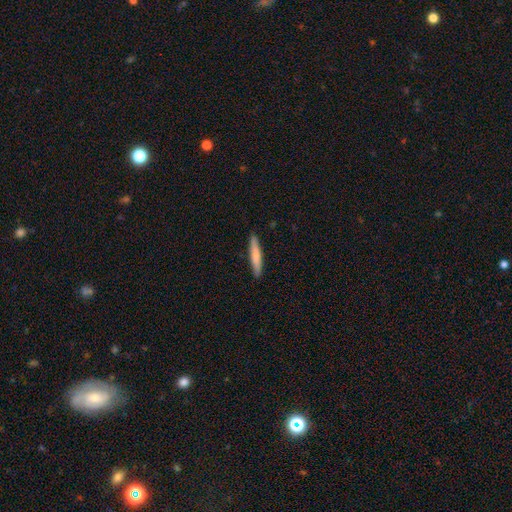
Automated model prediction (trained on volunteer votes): Overall: smooth (76%). How rounded: cigar-shaped (93%). Merging: none (90%).